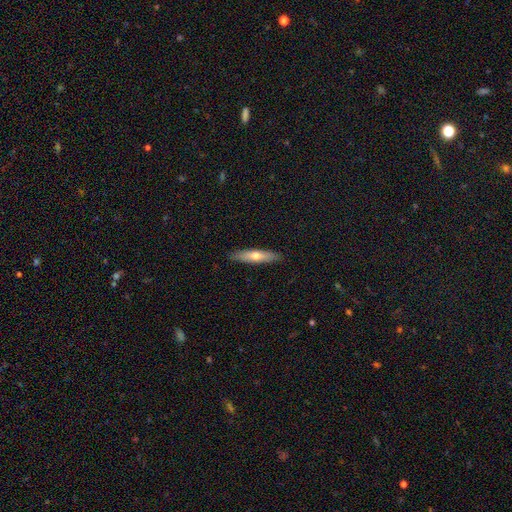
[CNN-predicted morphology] smooth 56%, featured or disk 38%, star or artifact 6%. Down the decision tree: how rounded — cigar-shaped (79%); merging — none (90%).